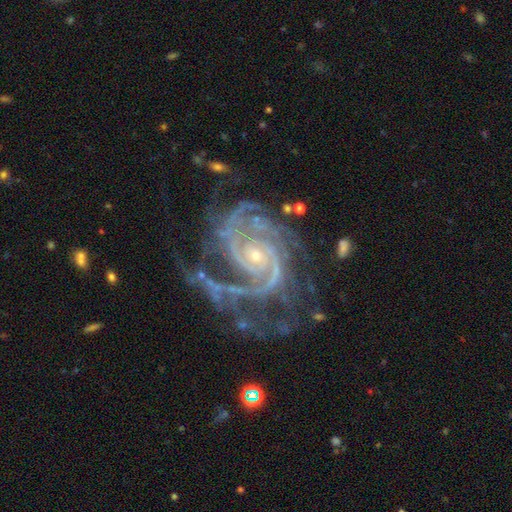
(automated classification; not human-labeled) A featured or disk galaxy (92%) with no bar (67%), 2 (37%) tight (62%) spiral arms (98%) and a small central bulge (77%). Merging: none (57%).